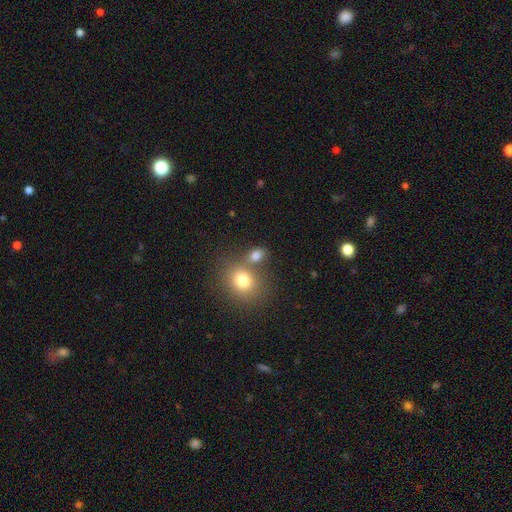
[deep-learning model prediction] Morphology: type=smooth (78%); roundness=in between (61%); merging=none (53%).